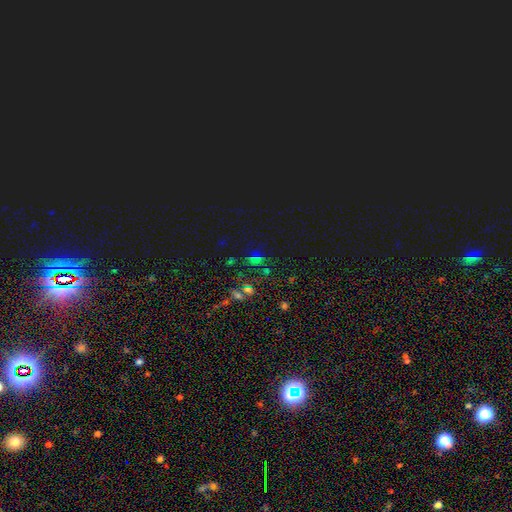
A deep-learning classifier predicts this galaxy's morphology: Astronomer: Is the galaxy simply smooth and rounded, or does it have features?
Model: star or artifact — 62%.